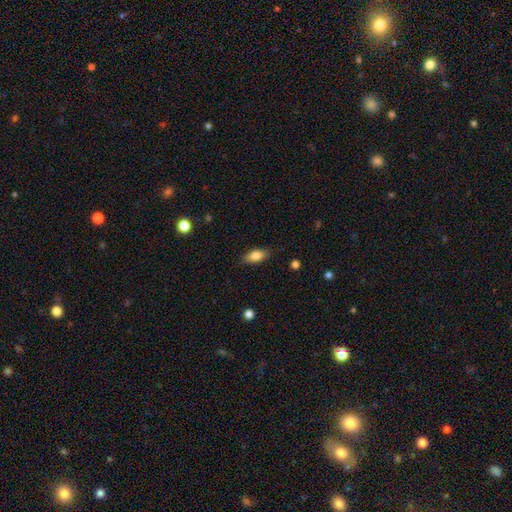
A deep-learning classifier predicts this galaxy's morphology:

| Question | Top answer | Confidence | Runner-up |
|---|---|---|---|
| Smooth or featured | smooth | 81% | featured or disk (12%) |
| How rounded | in between | 84% | cigar-shaped (12%) |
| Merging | none | 84% | minor disturbance (13%) |